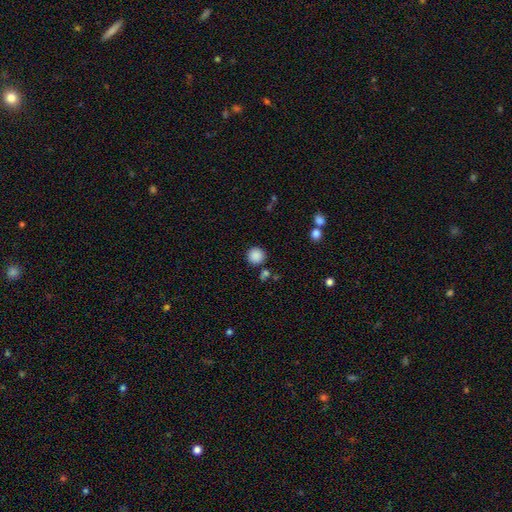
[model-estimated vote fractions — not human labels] A smooth galaxy with no disk features (86%) that is round (94%). Merging: none (84%).